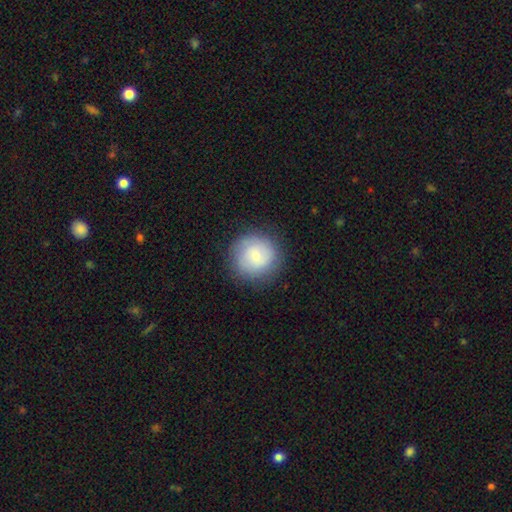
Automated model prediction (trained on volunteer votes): Smooth or featured? Predicted: smooth (p=0.68). How rounded? Predicted: round (p=0.94). Merging? Predicted: none (p=0.85).